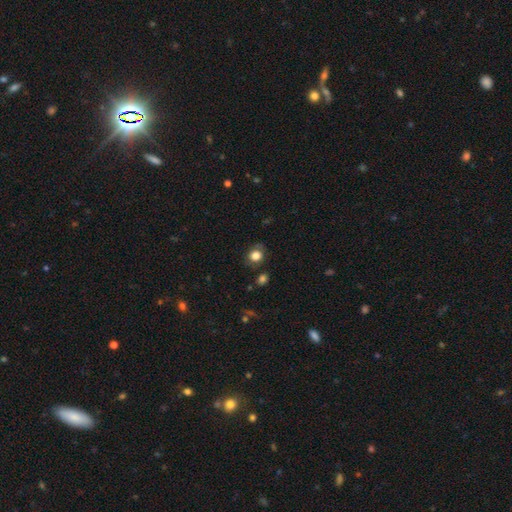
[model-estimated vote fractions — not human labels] This is likely a smooth galaxy (80%). How rounded: likely round (68%). Merging: likely none (75%).